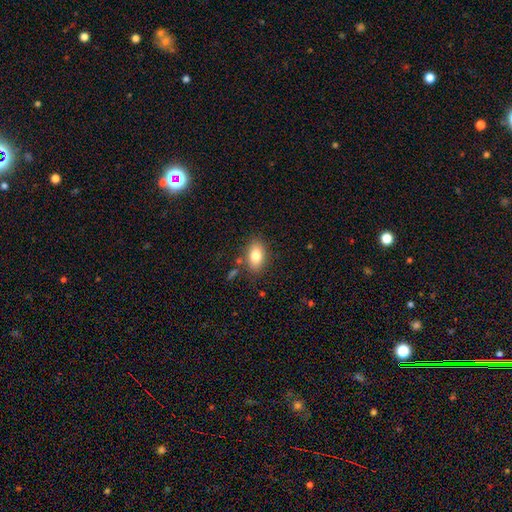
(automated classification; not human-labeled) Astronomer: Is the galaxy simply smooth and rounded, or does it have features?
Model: smooth — 79%.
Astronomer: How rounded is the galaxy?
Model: in between — 87%.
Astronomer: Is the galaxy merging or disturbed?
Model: none — 80%.